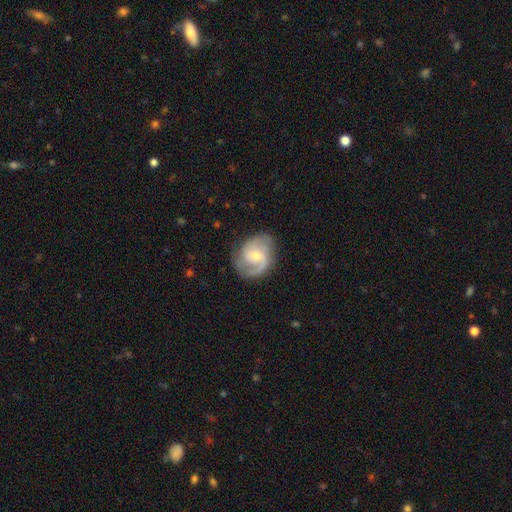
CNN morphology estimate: A featured or disk galaxy (83%) with no bar (54%), 2 (76%) medium (53%) spiral arms (97%) and a small central bulge (52%).

Vote fractions:
- Smooth or featured? featured or disk: 83% / smooth: 12% / star or artifact: 5%
- Edge-on disk? no: 98% / yes: 2%
- Bar? no: 54% / weak: 40% / strong: 6%
- Spiral arms? yes: 97% / no: 3%
- Spiral winding? medium: 53% / tight: 28% / loose: 20%
- Spiral arm count? 2: 76% / 1: 8% / can't tell: 6% / 3: 6% / 4: 2% / more than 4: 2%
- Bulge size? small: 52% / moderate: 43% / large: 2% / none: 2% / dominant: 1%
- Merging? none: 77% / minor disturbance: 16% / major disturbance: 6% / merger: 1%